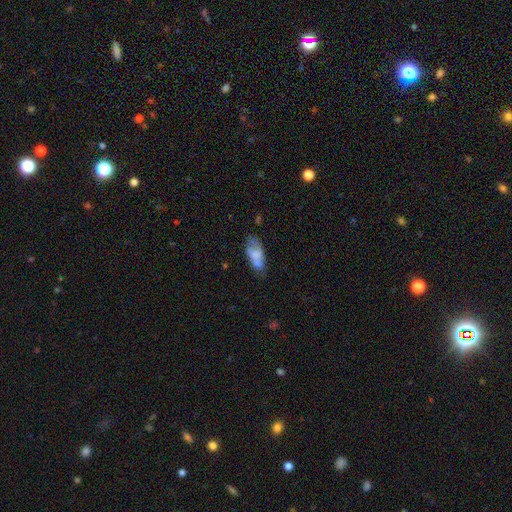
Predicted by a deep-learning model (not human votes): A smooth galaxy with no disk features (63%) that is in between round and cigar-shaped (86%).

Vote fractions:
- Smooth or featured? smooth: 63% / featured or disk: 28% / star or artifact: 8%
- How rounded? in between: 86% / cigar-shaped: 12% / round: 3%
- Merging? none: 46% / minor disturbance: 28% / major disturbance: 14% / merger: 12%